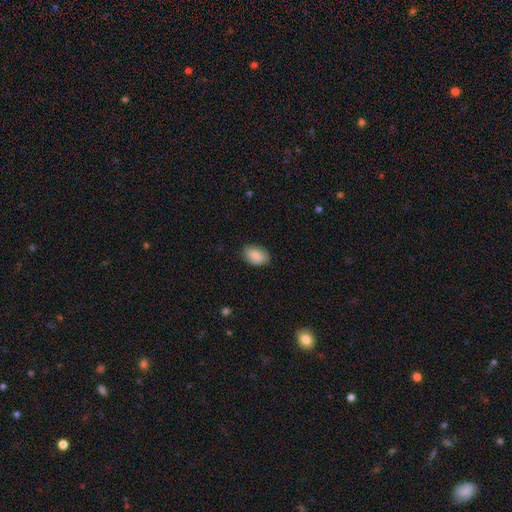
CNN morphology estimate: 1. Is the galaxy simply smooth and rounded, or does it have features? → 86% smooth, 7% featured or disk, 7% star or artifact.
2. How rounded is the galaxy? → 89% in between, 10% round, 1% cigar-shaped.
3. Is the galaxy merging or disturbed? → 83% none, 13% minor disturbance, 3% major disturbance, 1% merger.